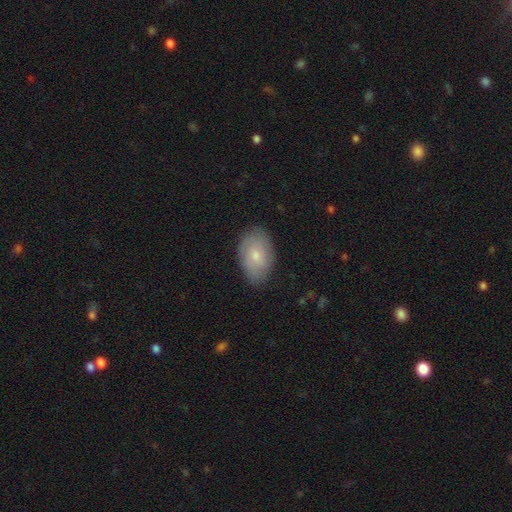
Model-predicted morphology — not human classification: smooth 68%, featured or disk 26%, star or artifact 7%. Down the decision tree: how rounded — in between (87%); merging — none (81%).